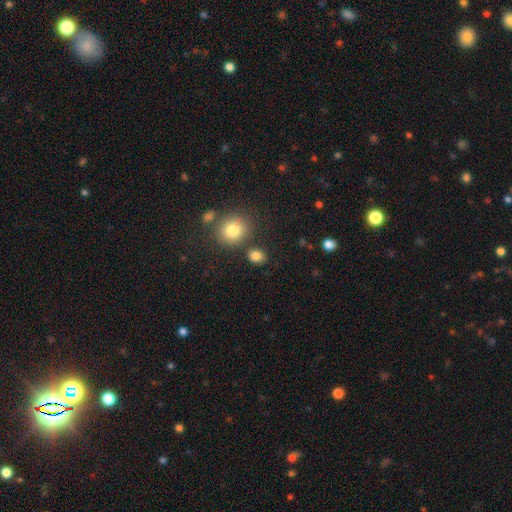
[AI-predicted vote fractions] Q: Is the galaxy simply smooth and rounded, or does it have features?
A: smooth — 83%.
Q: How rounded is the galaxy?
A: round — 59%.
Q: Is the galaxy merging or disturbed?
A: none — 78%.